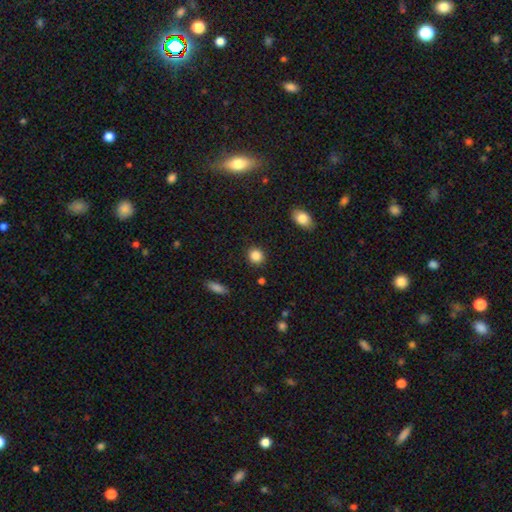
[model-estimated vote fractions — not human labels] Smooth or featured?
  - smooth: 87% *
  - star or artifact: 9%
  - featured or disk: 4%
How rounded?
  - round: 84% *
  - in between: 15%
  - cigar-shaped: 1%
Merging?
  - none: 90% *
  - minor disturbance: 7%
  - major disturbance: 2%
  - merger: 2%